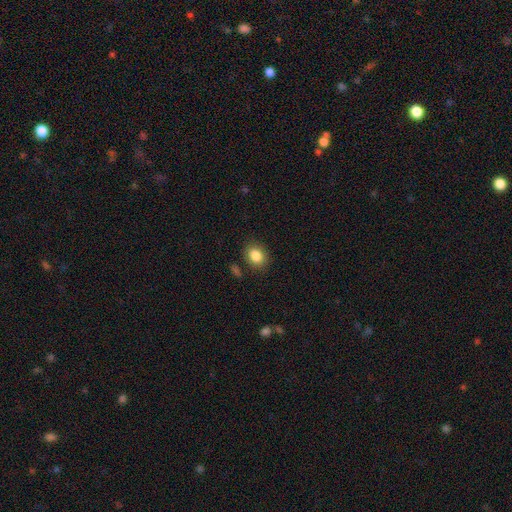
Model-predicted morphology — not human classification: Smooth or featured: smooth — 85% (star or artifact — 9%)
How rounded: in between — 60% (round — 39%)
Merging: none — 83% (minor disturbance — 11%)